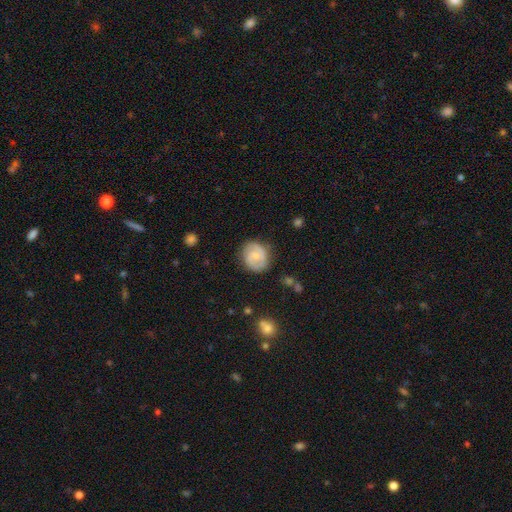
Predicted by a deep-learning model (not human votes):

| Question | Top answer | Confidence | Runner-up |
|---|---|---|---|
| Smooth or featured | featured or disk | 62% | smooth (31%) |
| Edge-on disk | no | 98% | yes (2%) |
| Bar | no | 56% | weak (38%) |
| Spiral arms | yes | 91% | no (9%) |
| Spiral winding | medium | 45% | tight (40%) |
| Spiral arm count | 2 | 82% | can't tell (10%) |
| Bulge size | small | 55% | moderate (26%) |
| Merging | none | 78% | minor disturbance (16%) |